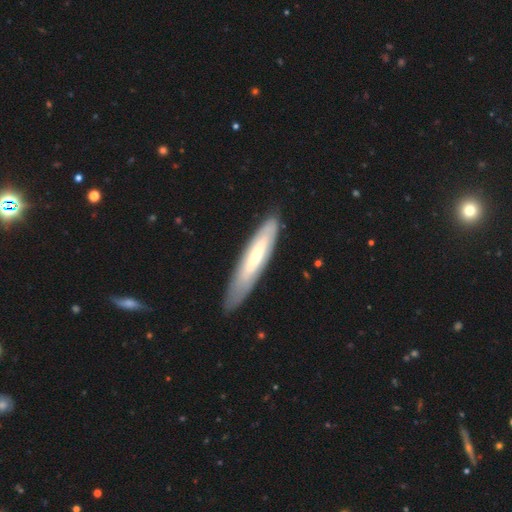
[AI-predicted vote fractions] This appears to be a featured or disk galaxy (50%) viewed edge-on (57%). Merging: none (83%).